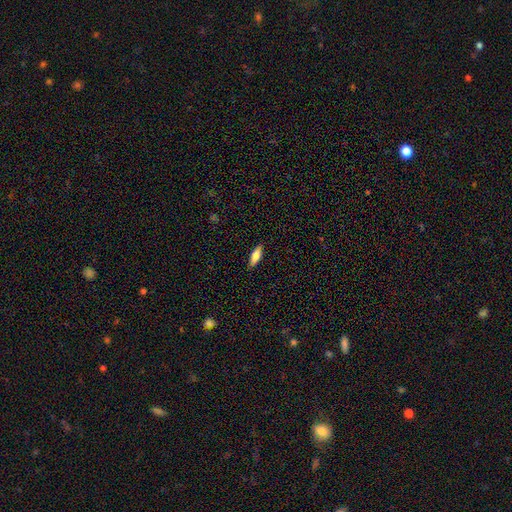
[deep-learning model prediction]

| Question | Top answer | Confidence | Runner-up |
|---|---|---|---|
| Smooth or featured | smooth | 70% | featured or disk (23%) |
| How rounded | in between | 60% | cigar-shaped (37%) |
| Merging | none | 88% | minor disturbance (9%) |